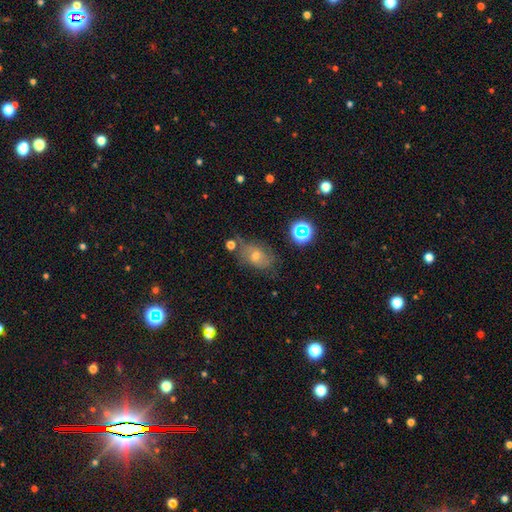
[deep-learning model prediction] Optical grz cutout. It shows a smooth galaxy with no disk features (44%). Merging: none (55%).